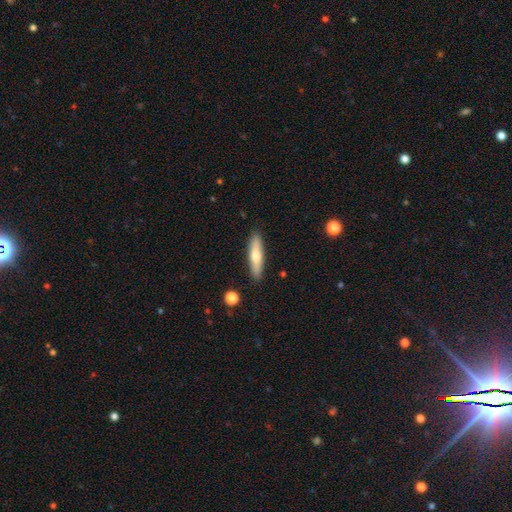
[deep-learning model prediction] Smooth or featured? Predicted: smooth (p=0.62). How rounded? Predicted: cigar-shaped (p=0.76). Merging? Predicted: none (p=0.89).